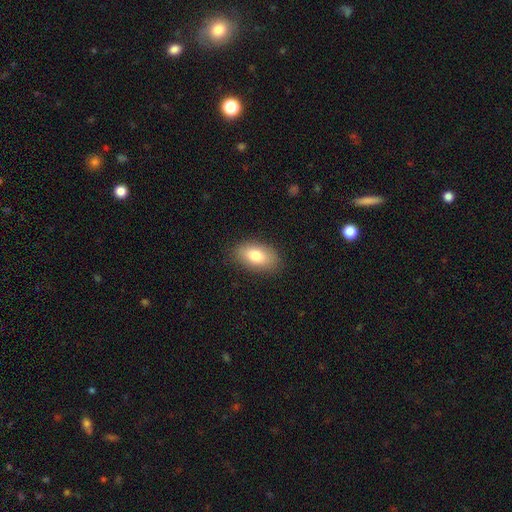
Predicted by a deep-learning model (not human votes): A smooth galaxy with no disk features (78%) that is in between round and cigar-shaped (91%). Merging: none (86%).